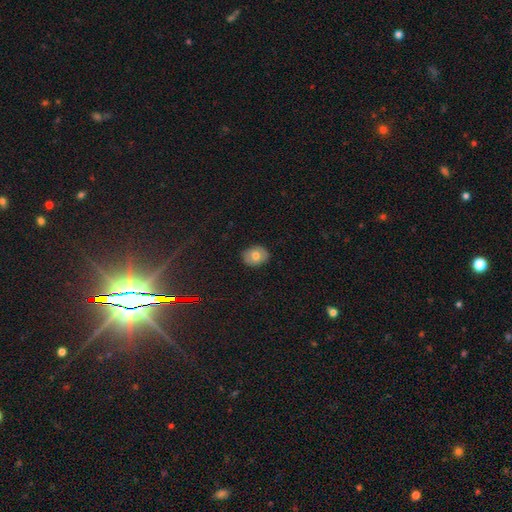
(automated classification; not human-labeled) Smooth or featured: smooth — 72% (featured or disk — 18%)
How rounded: in between — 51% (round — 48%)
Merging: none — 87% (minor disturbance — 10%)